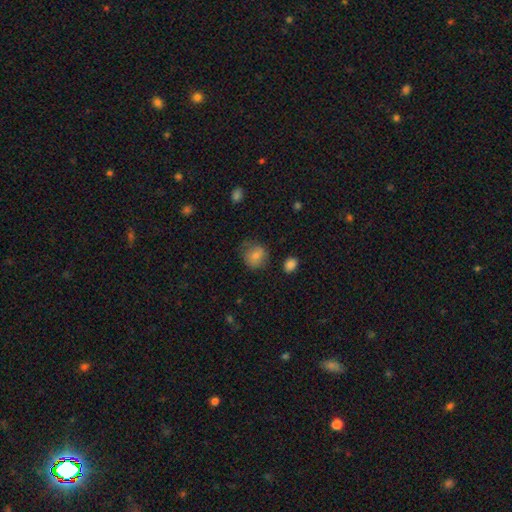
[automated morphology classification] smooth_or_featured: smooth (p=0.79) [alt: featured or disk p=0.11]
how_rounded: round (p=0.73) [alt: in between p=0.26]
merging: none (p=0.66) [alt: minor disturbance p=0.23]